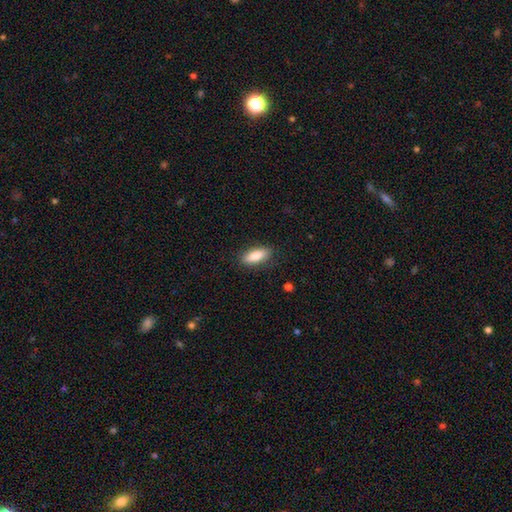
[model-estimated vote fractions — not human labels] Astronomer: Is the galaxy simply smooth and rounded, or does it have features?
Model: smooth — 80%.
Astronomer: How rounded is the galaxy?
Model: in between — 75%.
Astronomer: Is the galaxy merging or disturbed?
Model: none — 87%.